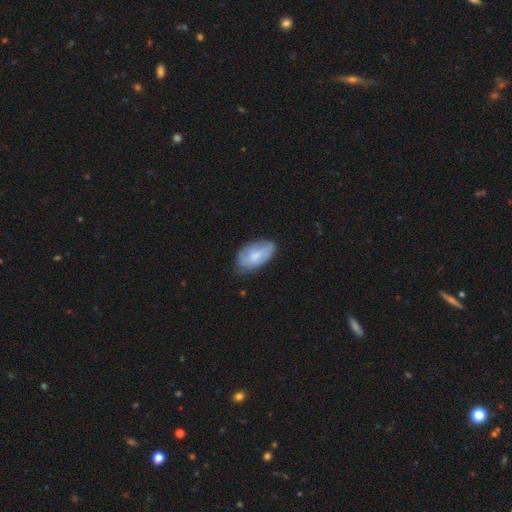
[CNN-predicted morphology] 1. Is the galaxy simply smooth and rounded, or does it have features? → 61% smooth, 32% featured or disk, 6% star or artifact.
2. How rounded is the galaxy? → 94% in between, 3% round, 3% cigar-shaped.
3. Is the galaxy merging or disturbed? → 63% none, 29% minor disturbance, 7% major disturbance, 2% merger.